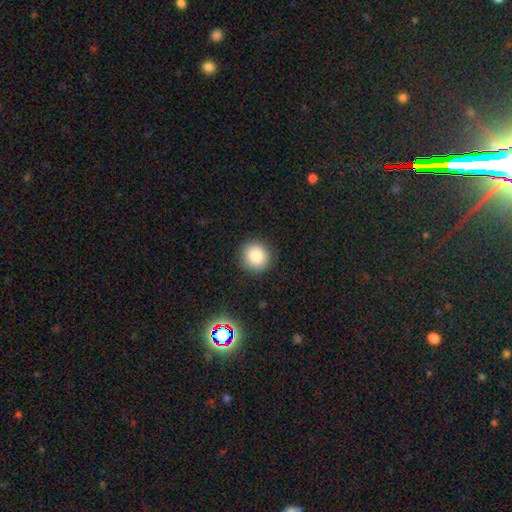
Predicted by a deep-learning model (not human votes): smooth 83%, star or artifact 10%, featured or disk 6%. Down the decision tree: how rounded — round (91%); merging — none (90%).